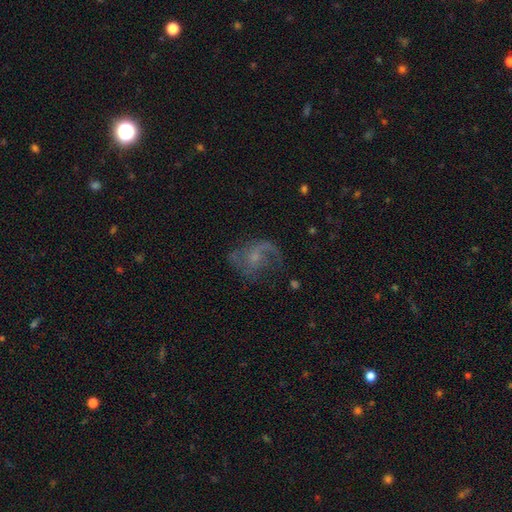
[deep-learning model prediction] This appears to be a featured or disk galaxy (70%) with no bar (63%), 2 (43%) loose (57%) spiral arms (83%) and a small central bulge (59%). Merging: none (46%).